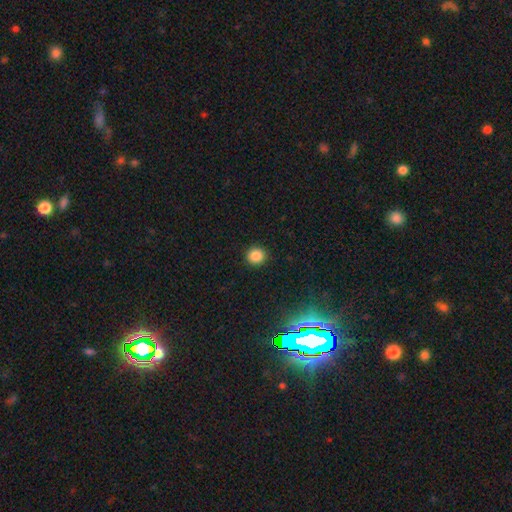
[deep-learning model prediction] Smooth or featured?
  - smooth: 84% *
  - star or artifact: 12%
  - featured or disk: 4%
How rounded?
  - round: 92% *
  - in between: 7%
  - cigar-shaped: 1%
Merging?
  - none: 92% *
  - minor disturbance: 5%
  - major disturbance: 2%
  - merger: 1%